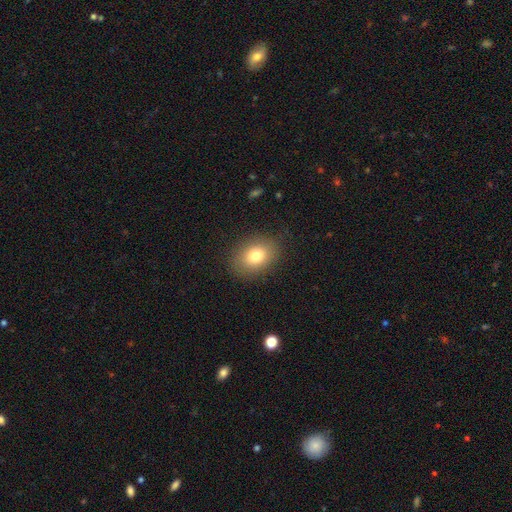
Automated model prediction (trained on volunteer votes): Smooth or featured? smooth (79%)
How rounded? in between (69%)
Merging? none (86%)